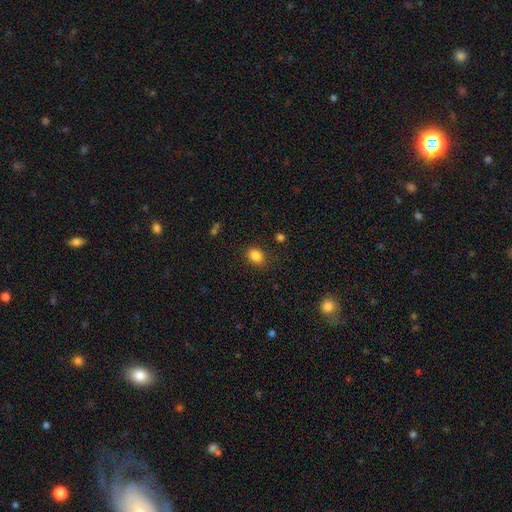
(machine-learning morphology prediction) A smooth galaxy with no disk features (85%) that is in between round and cigar-shaped (64%). Merging: none (83%).